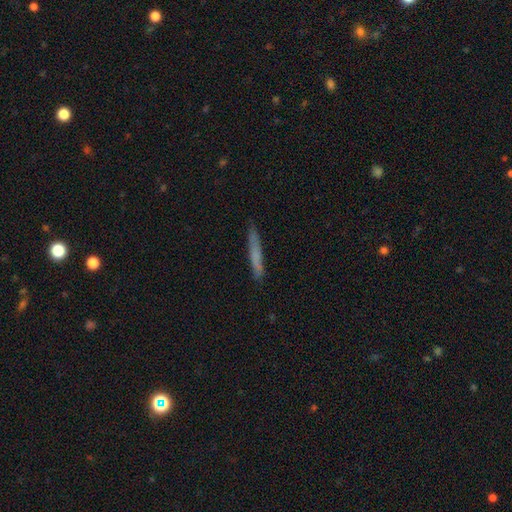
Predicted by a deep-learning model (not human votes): A smooth galaxy with no disk features (67%) that is cigar-shaped (96%). Merging: none (87%).